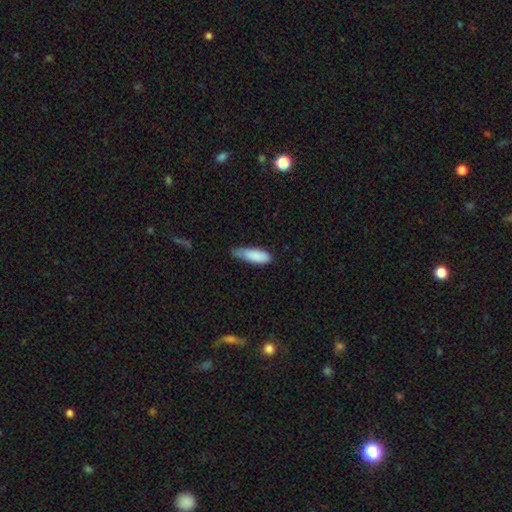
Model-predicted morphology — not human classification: smooth-or-featured: smooth: 87% | featured or disk: 7% | star or artifact: 6%
  how-rounded: in between: 61% | cigar-shaped: 37% | round: 2%
  merging: minor disturbance: 50% | none: 39% | major disturbance: 9% | merger: 2%